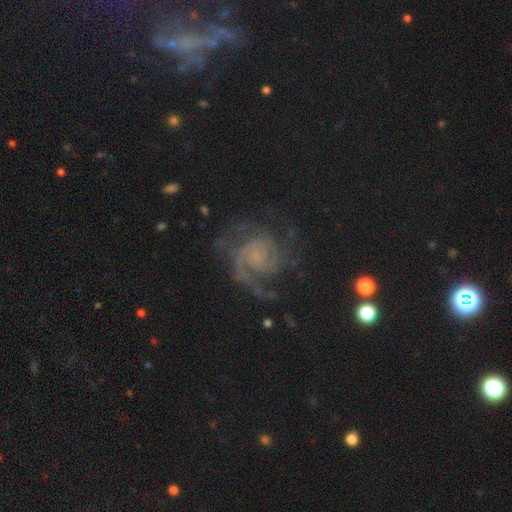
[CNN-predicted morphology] This appears to be a featured or disk galaxy (85%) with no bar (67%), 2 (36%) medium (43%) spiral arms (96%) and no central bulge (41%). Merging: none (66%).